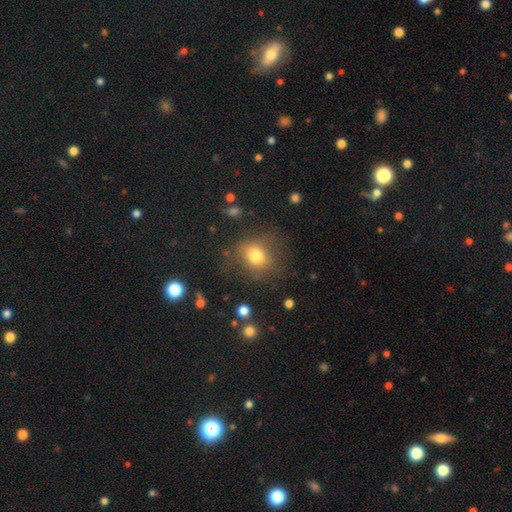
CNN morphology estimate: Smooth or featured? Predicted: smooth (p=0.77). How rounded? Predicted: round (p=0.61). Merging? Predicted: none (p=0.72).